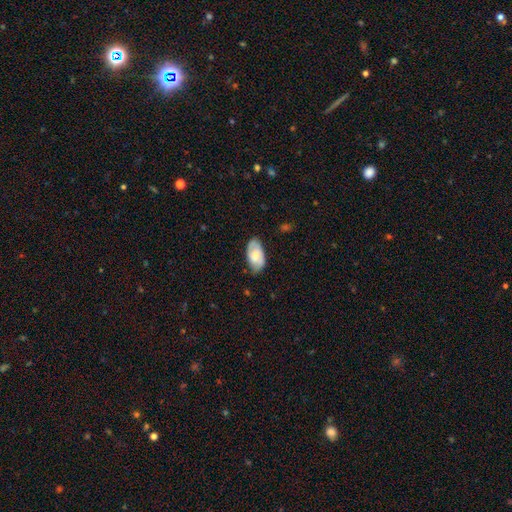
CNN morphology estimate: Smooth or featured?
  - smooth: 54% *
  - featured or disk: 39%
  - star or artifact: 6%
How rounded?
  - in between: 94% *
  - round: 4%
  - cigar-shaped: 2%
Merging?
  - none: 71% *
  - minor disturbance: 23%
  - major disturbance: 4%
  - merger: 1%